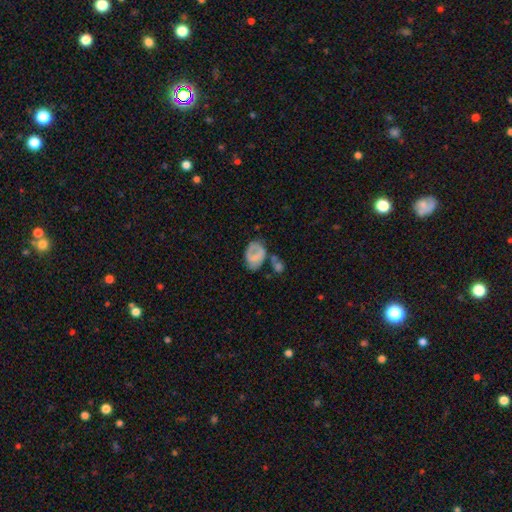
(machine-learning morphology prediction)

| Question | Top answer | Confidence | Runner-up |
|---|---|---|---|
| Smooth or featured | smooth | 58% | featured or disk (32%) |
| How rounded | in between | 77% | round (21%) |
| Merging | none | 43% | minor disturbance (25%) |